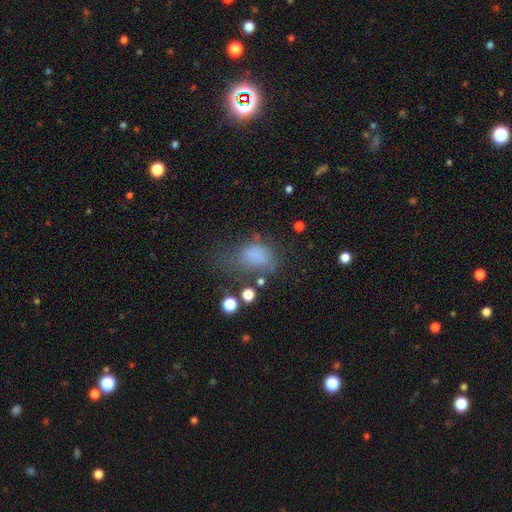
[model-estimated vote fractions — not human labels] The model was most divided on "merging": major disturbance: 34%, none: 33%, minor disturbance: 27%, merger: 6%. More confident: how rounded — in between (80%); smooth or featured — smooth (72%).